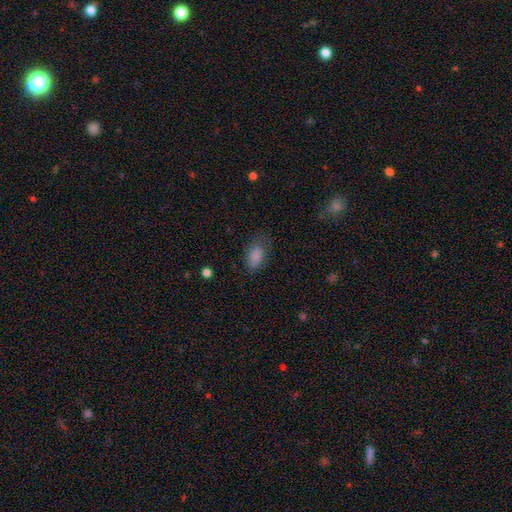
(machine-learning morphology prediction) The model was most divided on "merging": none: 63%, minor disturbance: 24%, major disturbance: 11%, merger: 2%. More confident: how rounded — in between (92%); smooth or featured — smooth (85%).